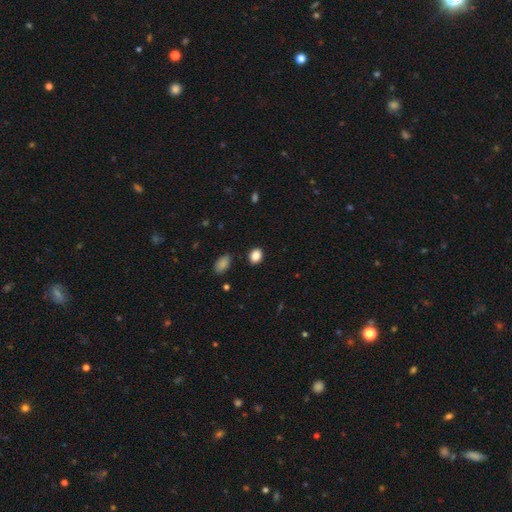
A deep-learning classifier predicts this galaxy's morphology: This is clearly a smooth galaxy (86%). How rounded: possibly in between (55%). Merging: clearly none (85%).